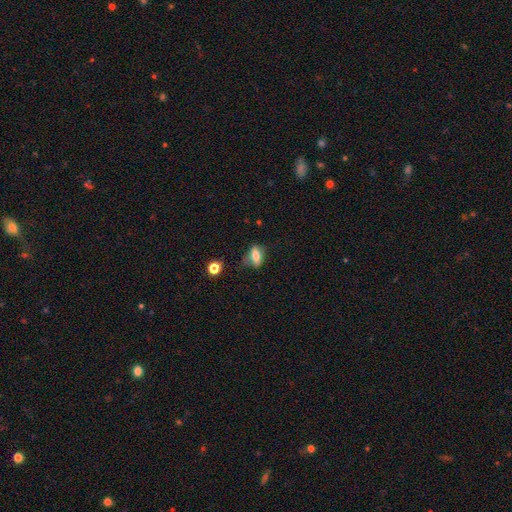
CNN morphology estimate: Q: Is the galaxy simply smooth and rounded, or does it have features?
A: smooth — 60%.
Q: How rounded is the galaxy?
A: in between — 66%.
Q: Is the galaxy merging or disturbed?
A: none — 61%.